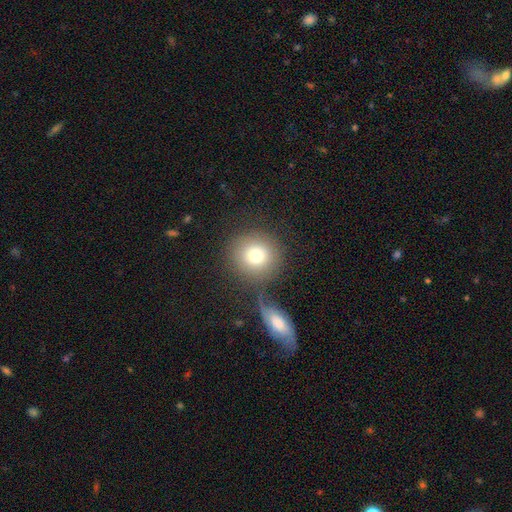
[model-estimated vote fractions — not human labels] Smooth or featured?
  - smooth: 78% *
  - featured or disk: 12%
  - star or artifact: 10%
How rounded?
  - round: 91% *
  - in between: 8%
  - cigar-shaped: 1%
Merging?
  - none: 67% *
  - merger: 16%
  - minor disturbance: 11%
  - major disturbance: 6%